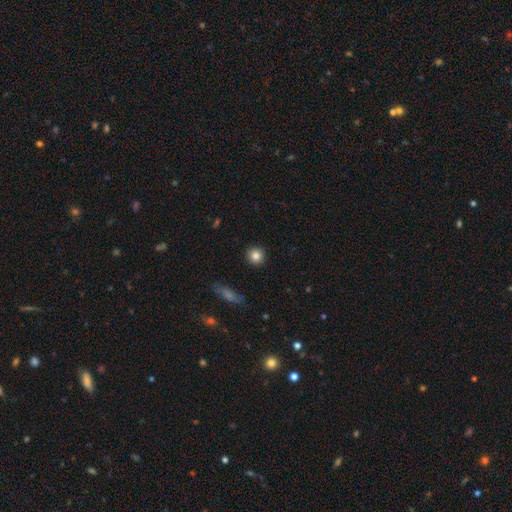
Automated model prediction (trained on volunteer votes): A smooth galaxy with no disk features (84%) that is round (93%). Merging: none (92%).